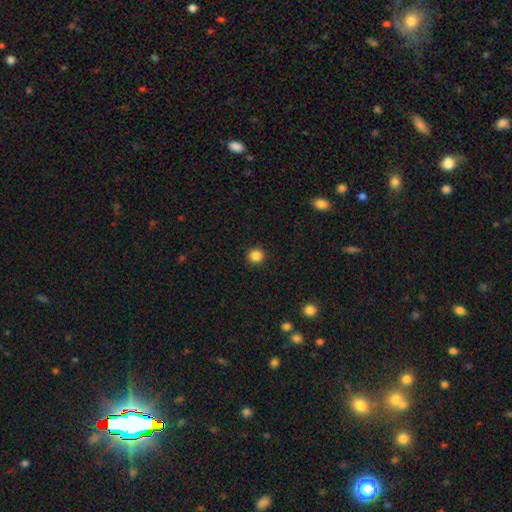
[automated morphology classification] smooth-or-featured: smooth: 86% | star or artifact: 11% | featured or disk: 3%
  how-rounded: round: 92% | in between: 7% | cigar-shaped: 1%
  merging: none: 92% | minor disturbance: 5% | major disturbance: 2% | merger: 1%